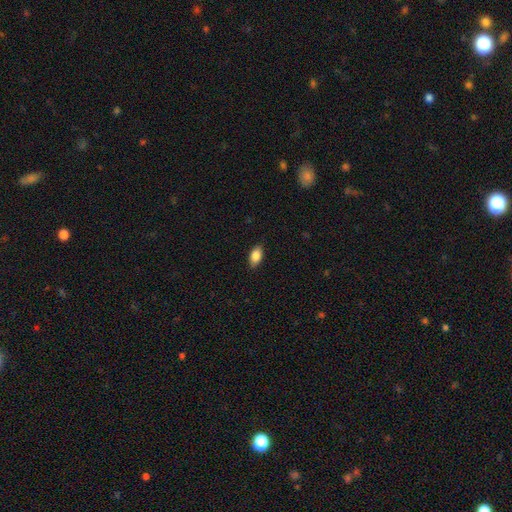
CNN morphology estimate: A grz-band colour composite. It shows a smooth galaxy with no disk features (87%) that is in between round and cigar-shaped (92%). Merging: none (87%).